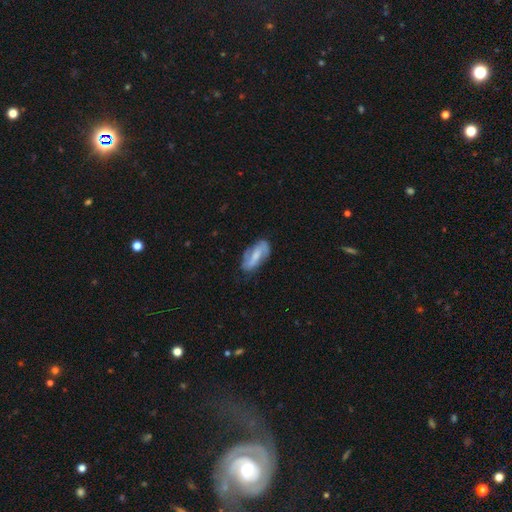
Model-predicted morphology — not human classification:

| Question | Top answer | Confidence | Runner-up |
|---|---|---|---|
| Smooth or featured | featured or disk | 62% | smooth (32%) |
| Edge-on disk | no | 92% | yes (8%) |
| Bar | weak | 43% | strong (32%) |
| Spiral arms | yes | 85% | no (15%) |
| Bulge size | moderate | 41% | small (35%) |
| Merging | none | 72% | minor disturbance (20%) |